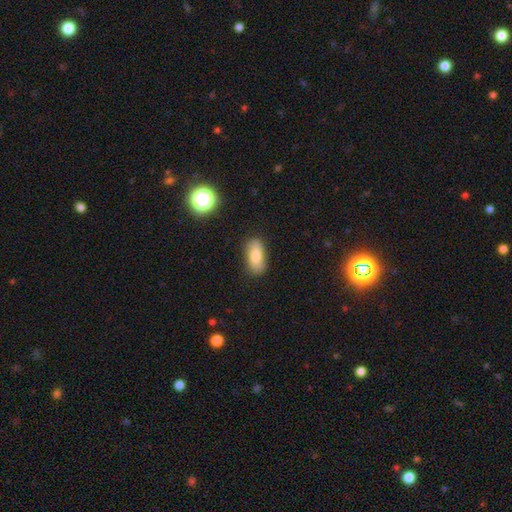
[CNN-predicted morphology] Smooth or featured? smooth (82%)
How rounded? in between (86%)
Merging? none (80%)